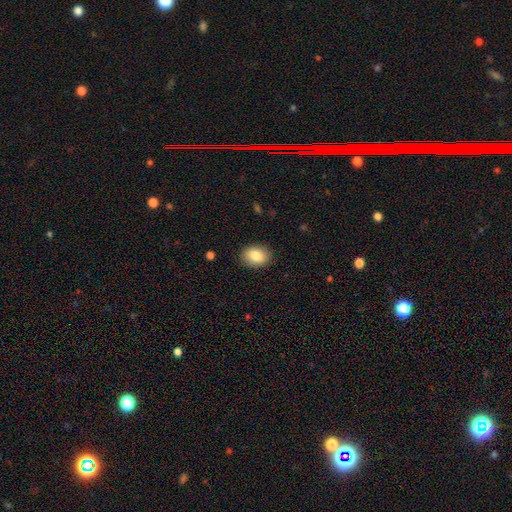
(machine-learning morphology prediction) smooth-or-featured: smooth: 86% | star or artifact: 7% | featured or disk: 7%
  how-rounded: in between: 74% | round: 25% | cigar-shaped: 1%
  merging: none: 87% | minor disturbance: 9% | major disturbance: 2% | merger: 1%